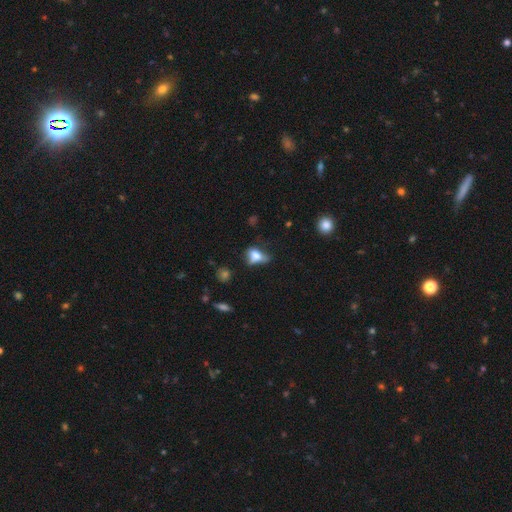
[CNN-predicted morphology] Smooth or featured?
  - smooth: 67% *
  - featured or disk: 21%
  - star or artifact: 12%
How rounded?
  - in between: 73% *
  - round: 24%
  - cigar-shaped: 4%
Merging?
  - minor disturbance: 32% *
  - none: 30%
  - major disturbance: 27%
  - merger: 11%